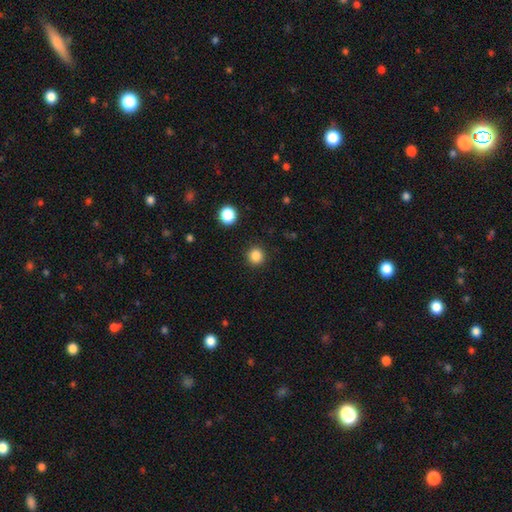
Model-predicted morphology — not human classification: Smooth or featured? smooth (85%)
How rounded? round (94%)
Merging? none (91%)